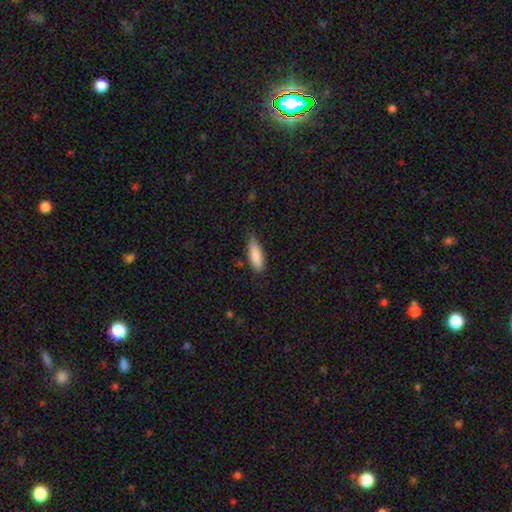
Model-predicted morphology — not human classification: Smooth or featured: smooth — 86% (featured or disk — 8%)
How rounded: in between — 58% (cigar-shaped — 40%)
Merging: none — 68% (minor disturbance — 26%)